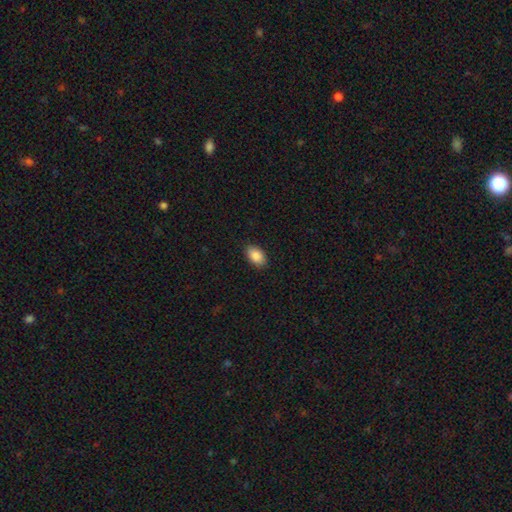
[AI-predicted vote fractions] Smooth or featured? smooth (89%)
How rounded? in between (91%)
Merging? none (88%)